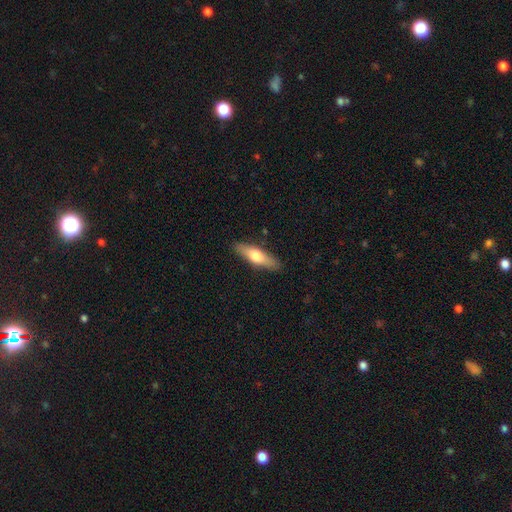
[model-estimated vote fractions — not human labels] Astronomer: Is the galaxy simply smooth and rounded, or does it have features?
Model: smooth — 60% (runner-up: featured or disk, 35%).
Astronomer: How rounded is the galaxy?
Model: cigar-shaped — 60% (runner-up: in between, 37%).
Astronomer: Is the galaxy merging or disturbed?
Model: none — 88%.